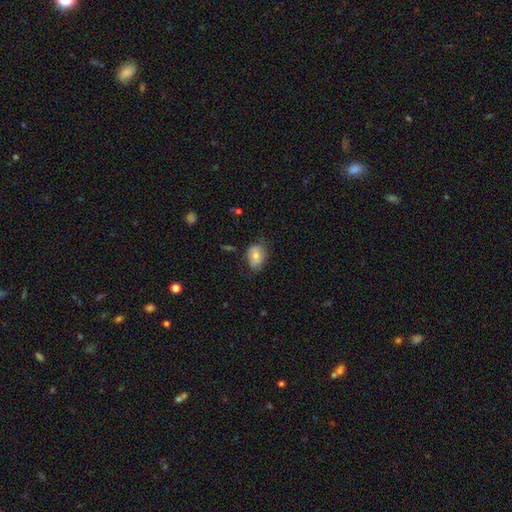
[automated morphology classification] Smooth or featured?
  - smooth: 72% *
  - featured or disk: 21%
  - star or artifact: 8%
How rounded?
  - in between: 76% *
  - round: 23%
  - cigar-shaped: 1%
Merging?
  - none: 65% *
  - minor disturbance: 27%
  - major disturbance: 7%
  - merger: 2%